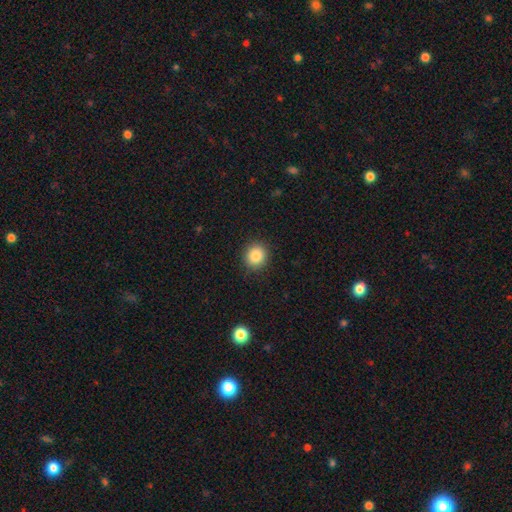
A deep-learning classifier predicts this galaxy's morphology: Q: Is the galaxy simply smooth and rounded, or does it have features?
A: smooth — 85%.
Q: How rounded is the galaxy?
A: round — 87%.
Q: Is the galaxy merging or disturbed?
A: none — 90%.